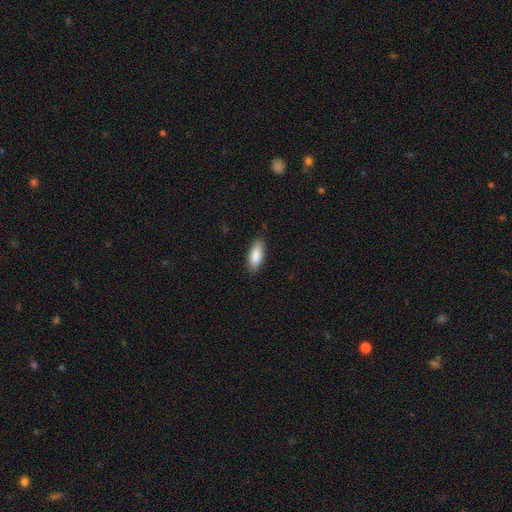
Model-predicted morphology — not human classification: A smooth galaxy with no disk features (88%) that is in between round and cigar-shaped (82%). Merging: none (86%).